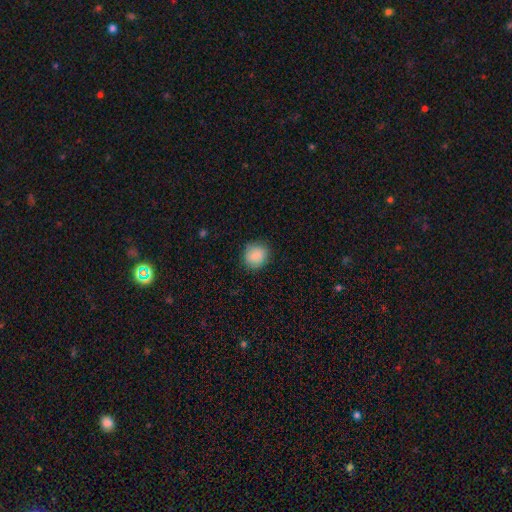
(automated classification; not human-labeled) Smooth or featured?
  - smooth: 88% *
  - star or artifact: 8%
  - featured or disk: 5%
How rounded?
  - round: 84% *
  - in between: 15%
  - cigar-shaped: 1%
Merging?
  - none: 85% *
  - minor disturbance: 11%
  - major disturbance: 3%
  - merger: 1%